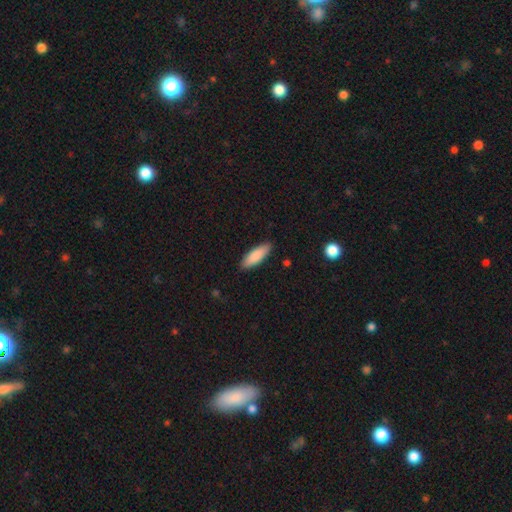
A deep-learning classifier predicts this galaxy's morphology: Smooth or featured? smooth (88%)
How rounded? in between (61%)
Merging? none (88%)